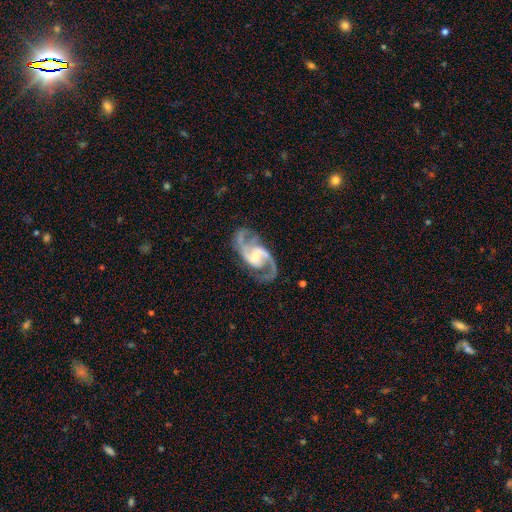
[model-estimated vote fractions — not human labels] A featured or disk galaxy (93%) with a weak bar (50%), 2 (90%) medium (59%) spiral arms (98%) and a small central bulge (50%).

Vote fractions:
- Smooth or featured? featured or disk: 93% / star or artifact: 4% / smooth: 3%
- Edge-on disk? no: 98% / yes: 2%
- Bar? weak: 50% / no: 31% / strong: 19%
- Spiral arms? yes: 98% / no: 2%
- Spiral winding? medium: 59% / loose: 30% / tight: 12%
- Spiral arm count? 2: 90% / 3: 4% / can't tell: 2% / 1: 1% / 4: 1% / more than 4: 1%
- Bulge size? small: 50% / moderate: 39% / none: 6% / large: 4% / dominant: 1%
- Merging? none: 75% / minor disturbance: 15% / major disturbance: 9% / merger: 2%